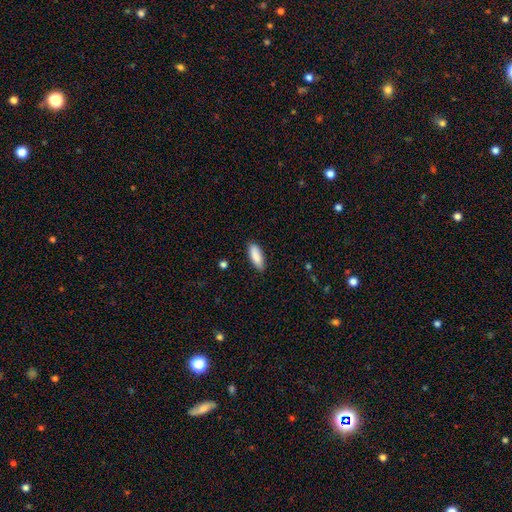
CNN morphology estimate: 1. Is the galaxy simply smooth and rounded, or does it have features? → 89% smooth, 6% star or artifact, 5% featured or disk.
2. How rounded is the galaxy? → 71% in between, 27% cigar-shaped, 2% round.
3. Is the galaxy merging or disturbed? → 84% none, 12% minor disturbance, 2% major disturbance, 1% merger.